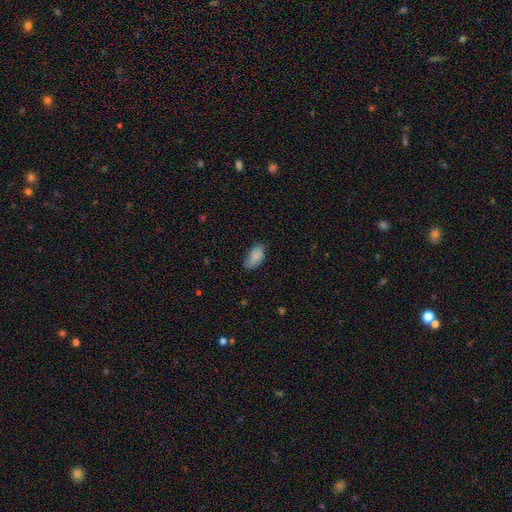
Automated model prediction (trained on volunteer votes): Smooth or featured? Predicted: smooth (p=0.85). How rounded? Predicted: in between (p=0.93). Merging? Predicted: none (p=0.61).